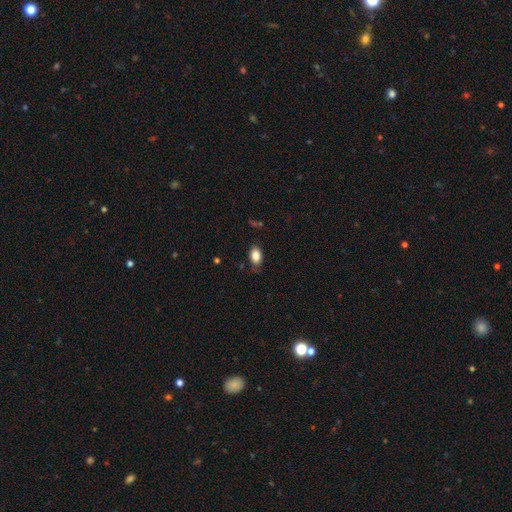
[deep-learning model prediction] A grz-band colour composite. It shows a smooth galaxy with no disk features (85%) that is in between round and cigar-shaped (88%). Merging: none (77%).